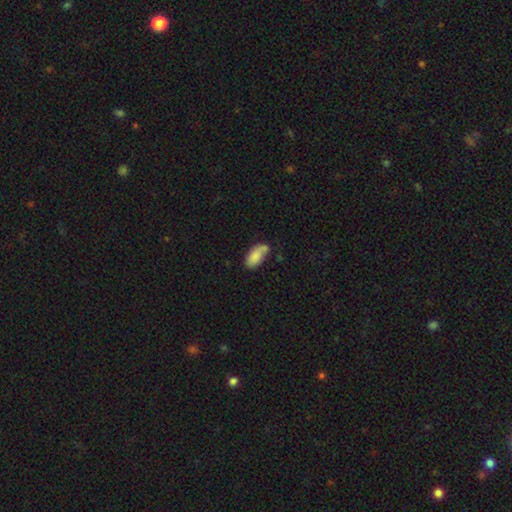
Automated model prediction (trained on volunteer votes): The model was most divided on "merging": none: 54%, minor disturbance: 27%, merger: 11%, major disturbance: 8%. More confident: how rounded — in between (92%); smooth or featured — smooth (81%).